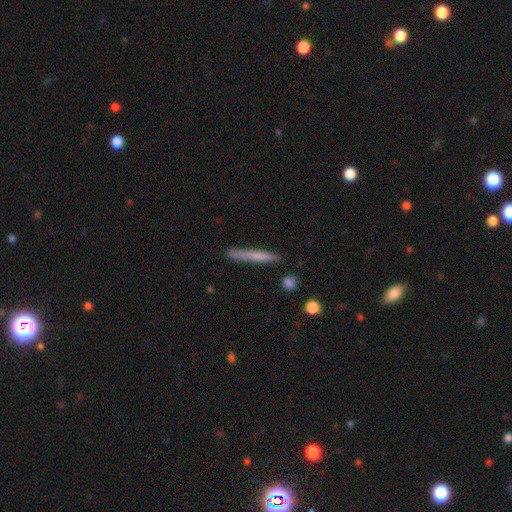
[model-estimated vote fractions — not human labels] Smooth or featured: smooth — 65% (featured or disk — 28%)
How rounded: cigar-shaped — 96% (in between — 3%)
Merging: none — 84% (minor disturbance — 11%)